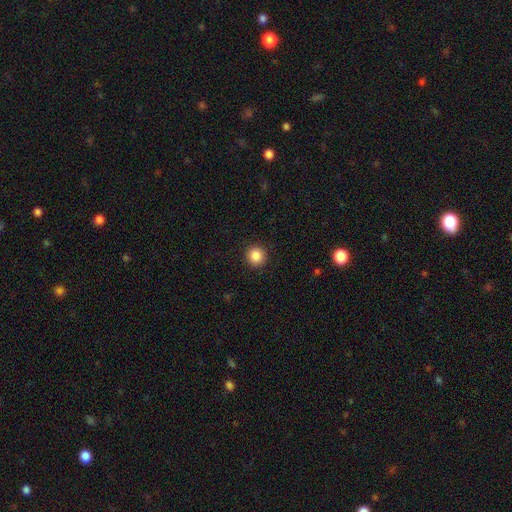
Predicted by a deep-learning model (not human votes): Q: Smooth or featured?
A: smooth (87%); runner-up: star or artifact (10%)
Q: How rounded?
A: round (93%); runner-up: in between (6%)
Q: Merging?
A: none (92%); runner-up: minor disturbance (5%)